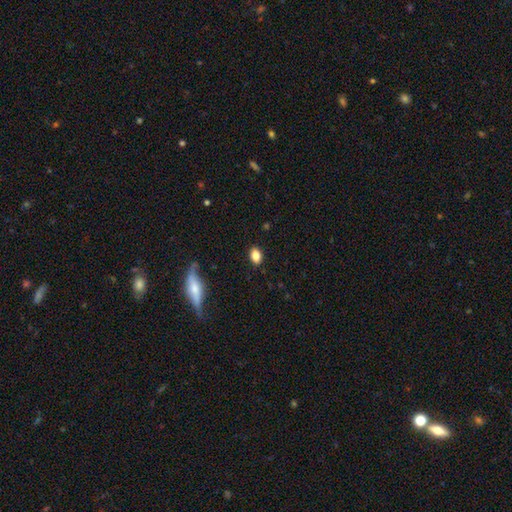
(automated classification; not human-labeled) Morphology: type=smooth (84%); roundness=in between (79%); merging=none (87%).